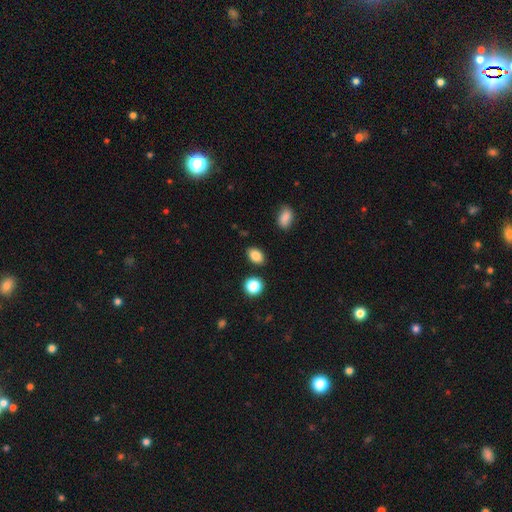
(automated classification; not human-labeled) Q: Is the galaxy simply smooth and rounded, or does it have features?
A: smooth — 85%.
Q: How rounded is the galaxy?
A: in between — 81%.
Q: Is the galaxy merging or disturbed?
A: none — 86%.